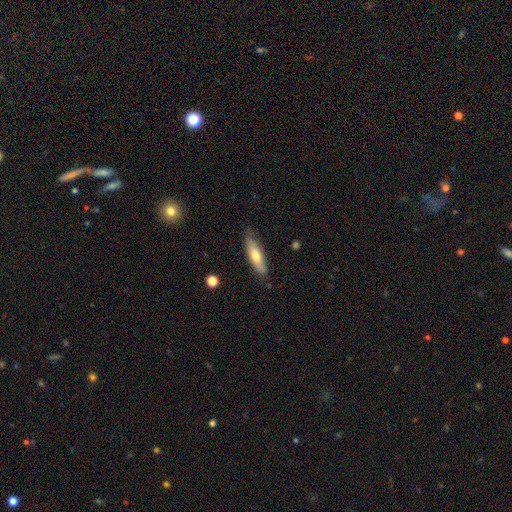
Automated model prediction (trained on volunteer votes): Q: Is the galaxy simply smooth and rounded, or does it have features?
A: smooth — 61%.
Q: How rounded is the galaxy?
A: cigar-shaped — 61%.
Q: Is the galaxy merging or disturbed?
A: none — 77%.